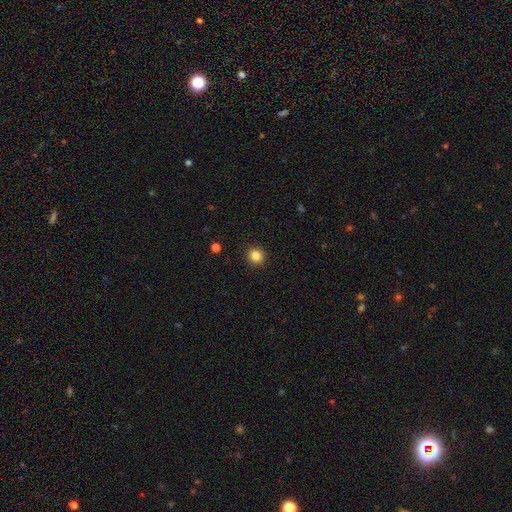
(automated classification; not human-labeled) This is clearly a smooth galaxy (85%). How rounded: clearly round (92%). Merging: clearly none (92%).